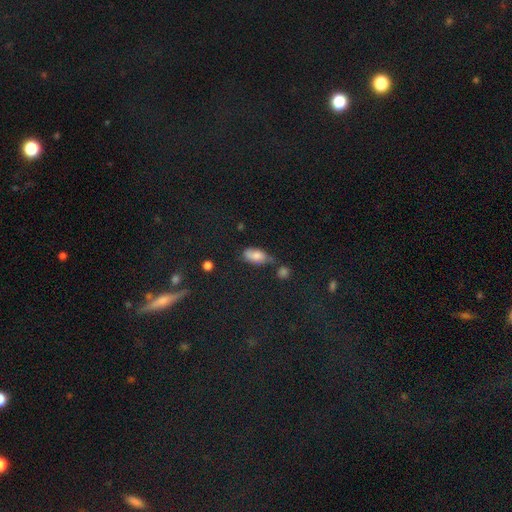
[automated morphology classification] This is likely a smooth galaxy (73%). How rounded: clearly in between (88%). Merging: possibly none (47%).